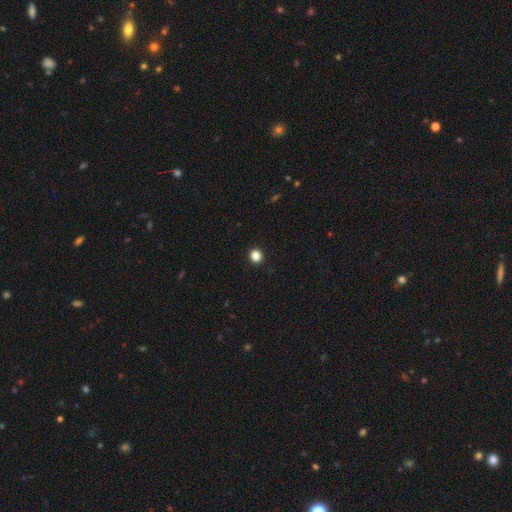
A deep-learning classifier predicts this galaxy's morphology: This is clearly a smooth galaxy (85%). How rounded: clearly round (88%). Merging: clearly none (93%).